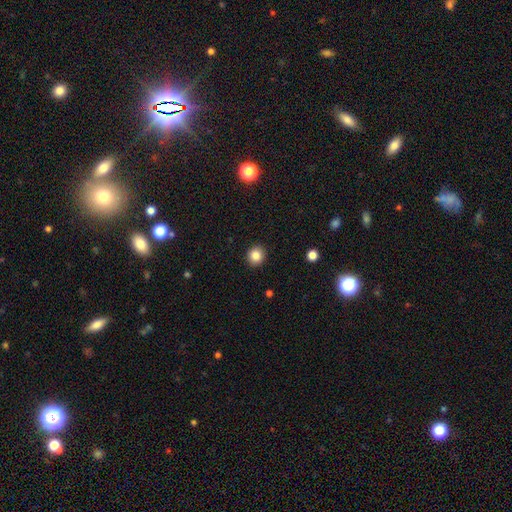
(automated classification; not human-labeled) A smooth galaxy with no disk features (84%) that is round (83%).

Vote fractions:
- Smooth or featured? smooth: 84% / star or artifact: 11% / featured or disk: 5%
- How rounded? round: 83% / in between: 16% / cigar-shaped: 1%
- Merging? none: 91% / minor disturbance: 6% / major disturbance: 2% / merger: 1%